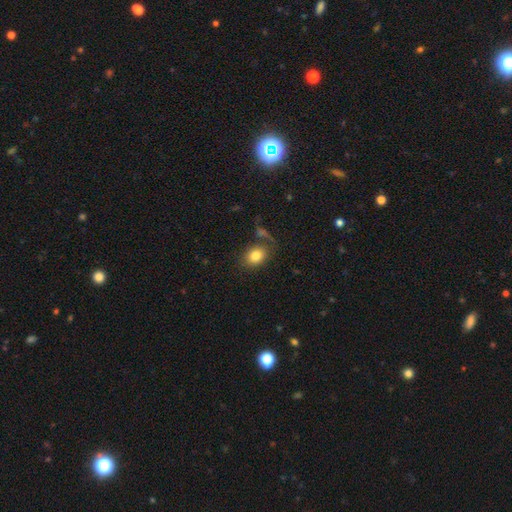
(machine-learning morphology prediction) smooth_or_featured: smooth (p=0.82) [alt: star or artifact p=0.09]
how_rounded: in between (p=0.56) [alt: round p=0.43]
merging: none (p=0.69) [alt: minor disturbance p=0.14]